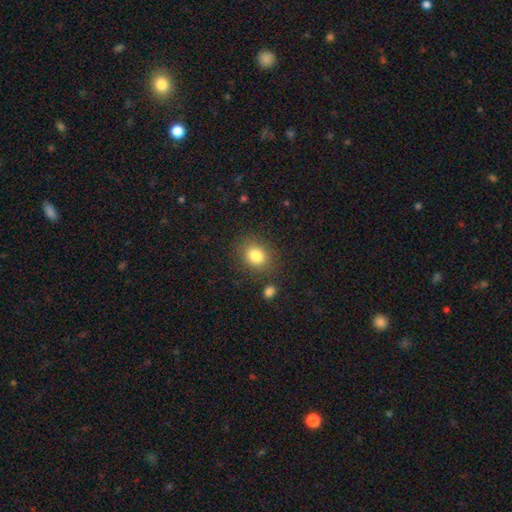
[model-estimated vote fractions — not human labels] This is clearly a smooth galaxy (82%). How rounded: possibly round (57%). Merging: clearly none (81%).